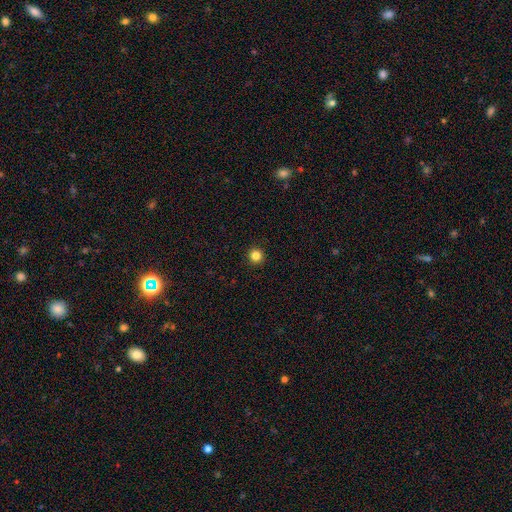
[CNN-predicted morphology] This is clearly a smooth galaxy (83%). How rounded: clearly round (96%). Merging: clearly none (94%).